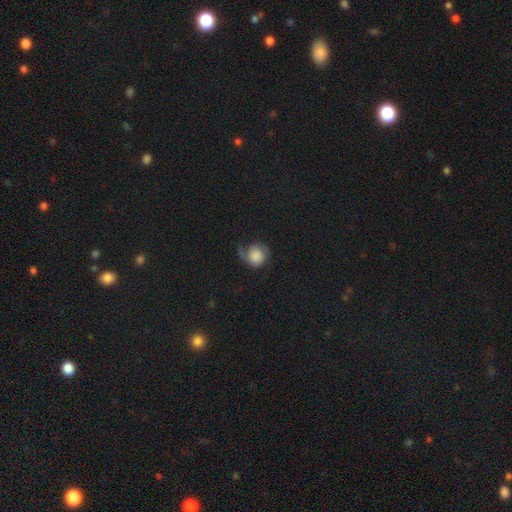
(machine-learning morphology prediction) smooth-or-featured: smooth: 50% | featured or disk: 40% | star or artifact: 9%
  how-rounded: round: 83% | in between: 16% | cigar-shaped: 1%
  merging: none: 51% | minor disturbance: 25% | major disturbance: 22% | merger: 3%